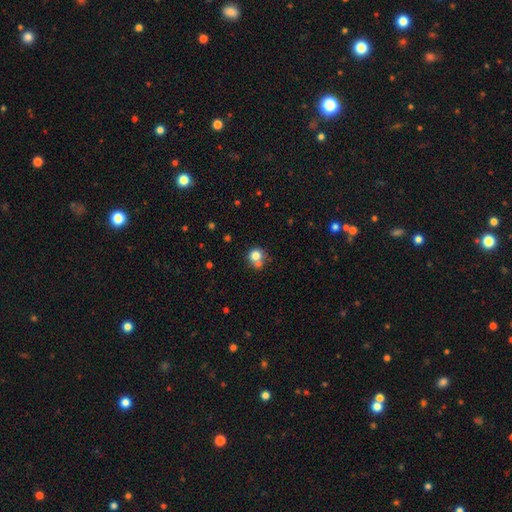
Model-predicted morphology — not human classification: A smooth galaxy with no disk features (78%) that is round (85%). Merging: none (51%).